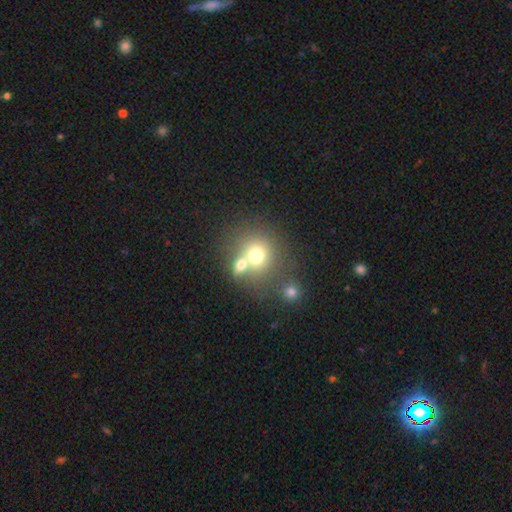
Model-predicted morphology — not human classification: Smooth or featured: smooth — 70% (featured or disk — 16%)
How rounded: round — 78% (in between — 21%)
Merging: merger — 49% (none — 39%)